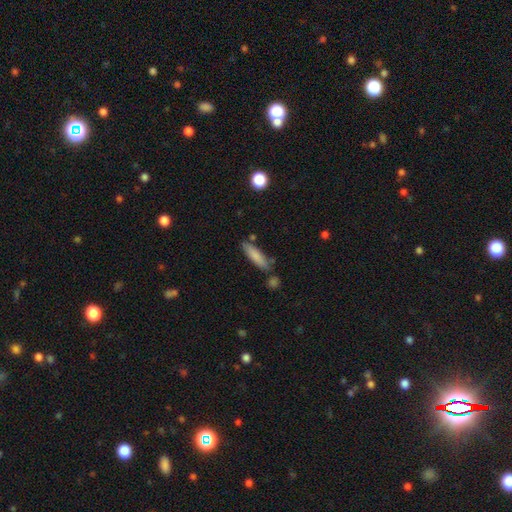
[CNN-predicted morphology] A smooth galaxy with no disk features (81%) that is cigar-shaped (69%). Merging: none (74%).